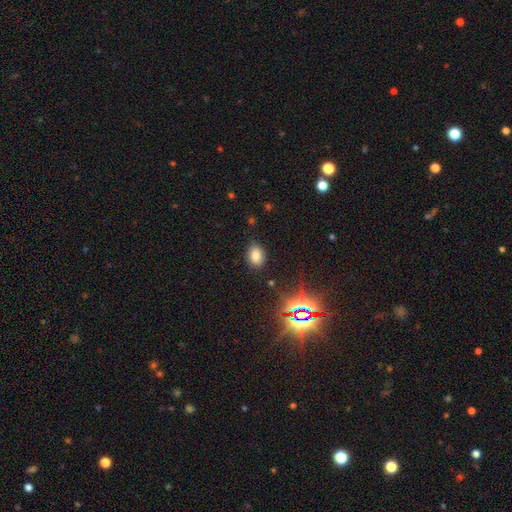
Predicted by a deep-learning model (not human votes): Smooth or featured? Predicted: smooth (p=0.76). How rounded? Predicted: in between (p=0.72). Merging? Predicted: none (p=0.85).